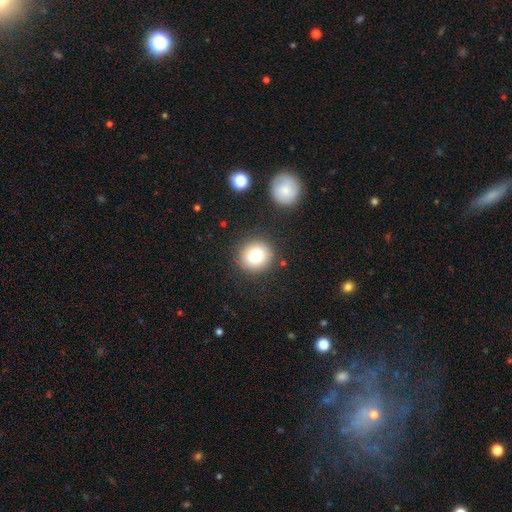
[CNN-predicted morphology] smooth_or_featured: smooth (p=0.79) [alt: star or artifact p=0.11]
how_rounded: round (p=0.92) [alt: in between p=0.07]
merging: none (p=0.87) [alt: minor disturbance p=0.07]